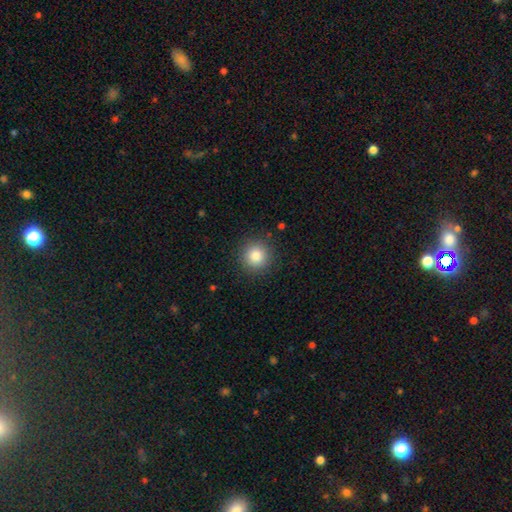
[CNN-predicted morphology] Q: Smooth or featured?
A: smooth (85%); runner-up: star or artifact (10%)
Q: How rounded?
A: round (95%); runner-up: in between (4%)
Q: Merging?
A: none (90%); runner-up: minor disturbance (7%)